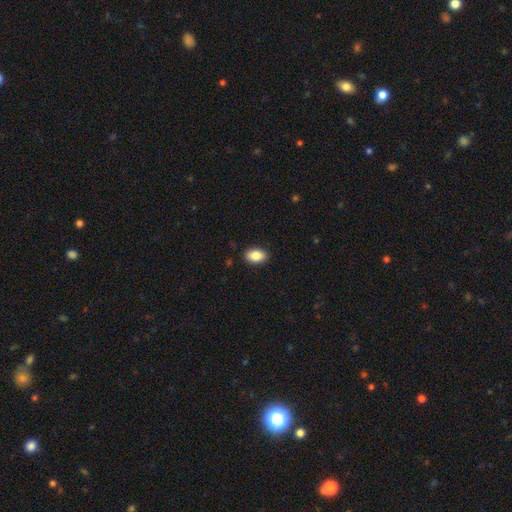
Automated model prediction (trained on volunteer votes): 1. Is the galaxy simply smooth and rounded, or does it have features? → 86% smooth, 8% star or artifact, 6% featured or disk.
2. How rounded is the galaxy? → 88% in between, 10% round, 1% cigar-shaped.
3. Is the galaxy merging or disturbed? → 89% none, 8% minor disturbance, 2% major disturbance, 1% merger.